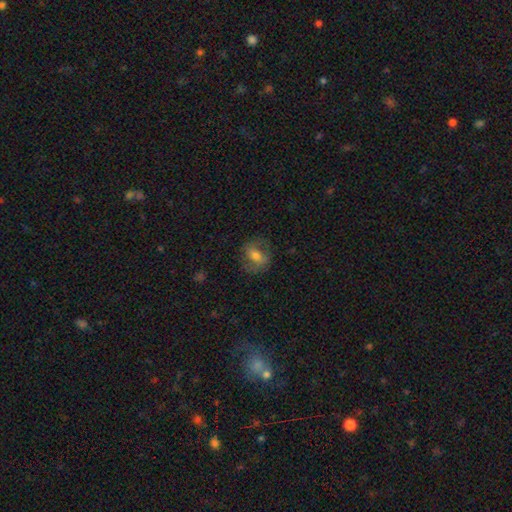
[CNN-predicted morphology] A smooth galaxy with no disk features (50%) that is in between round and cigar-shaped (50%).

Vote fractions:
- Smooth or featured? smooth: 50% / featured or disk: 40% / star or artifact: 9%
- How rounded? in between: 50% / round: 47% / cigar-shaped: 3%
- Merging? none: 75% / minor disturbance: 16% / major disturbance: 8% / merger: 1%